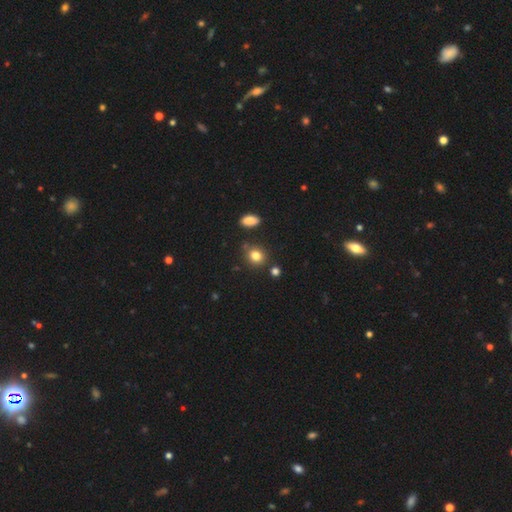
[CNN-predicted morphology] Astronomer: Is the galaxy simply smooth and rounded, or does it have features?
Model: smooth — 82%.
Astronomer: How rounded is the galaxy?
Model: round — 74%.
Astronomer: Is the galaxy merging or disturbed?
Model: none — 81%.